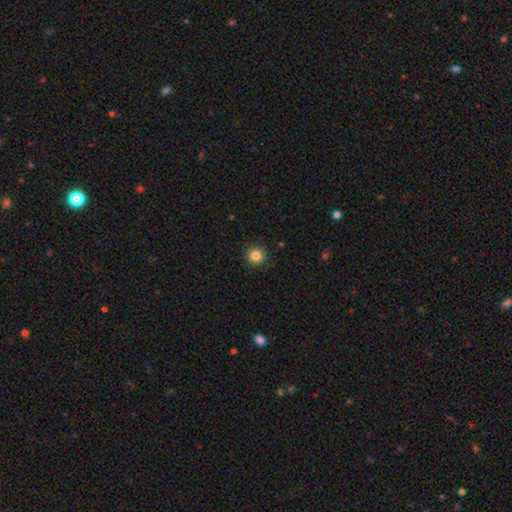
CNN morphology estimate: smooth 84%, star or artifact 11%, featured or disk 4%. Down the decision tree: how rounded — round (95%); merging — none (93%).